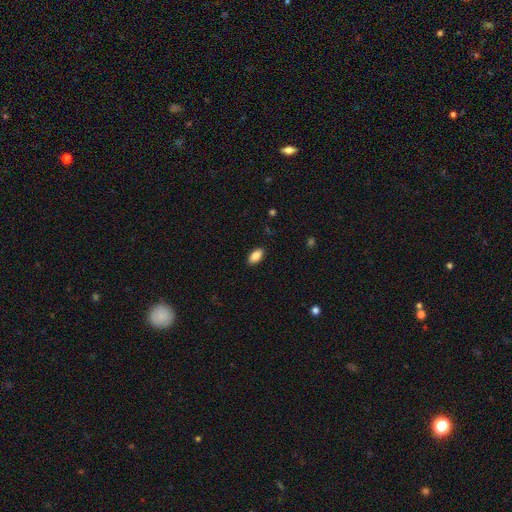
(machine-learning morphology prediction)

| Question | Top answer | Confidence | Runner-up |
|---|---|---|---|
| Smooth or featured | smooth | 86% | star or artifact (7%) |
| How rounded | in between | 92% | cigar-shaped (5%) |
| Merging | none | 88% | minor disturbance (9%) |